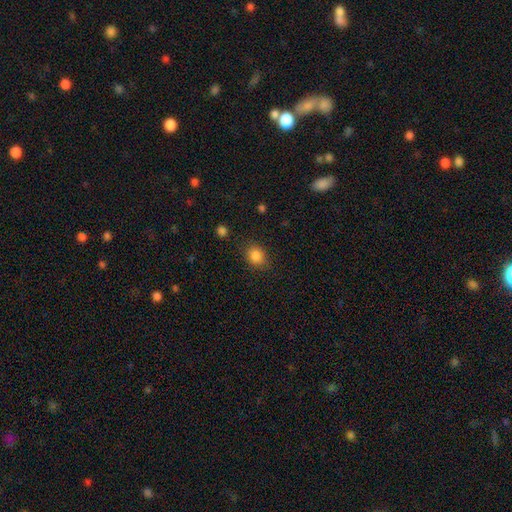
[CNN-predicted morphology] This appears to be a smooth galaxy with no disk features (85%) that is round (60%). Merging: none (82%).